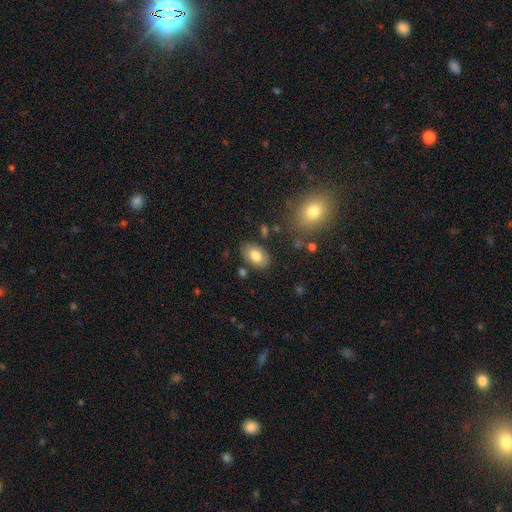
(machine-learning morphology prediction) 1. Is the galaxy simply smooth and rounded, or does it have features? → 78% smooth, 15% featured or disk, 7% star or artifact.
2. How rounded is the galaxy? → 92% in between, 7% round, 1% cigar-shaped.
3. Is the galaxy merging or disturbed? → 81% none, 12% minor disturbance, 3% merger, 3% major disturbance.